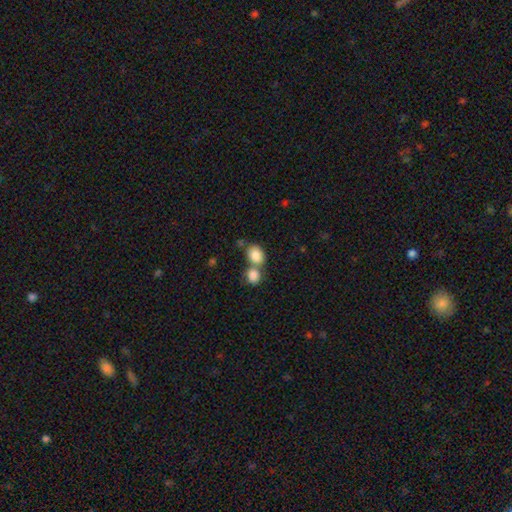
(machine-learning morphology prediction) This appears to be a smooth galaxy with no disk features (84%) that is in between round and cigar-shaped (54%). Merging: merger (53%).